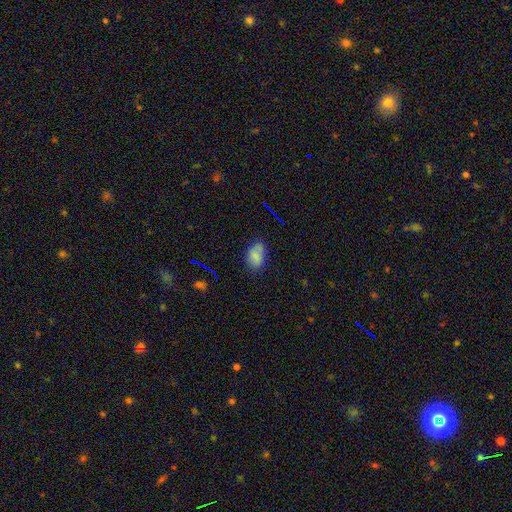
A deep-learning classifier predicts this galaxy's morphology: smooth_or_featured: smooth (p=0.79) [alt: star or artifact p=0.13]
how_rounded: in between (p=0.88) [alt: round p=0.10]
merging: none (p=0.67) [alt: minor disturbance p=0.25]